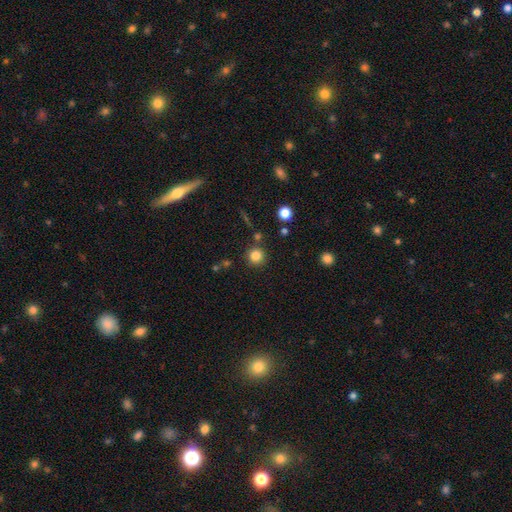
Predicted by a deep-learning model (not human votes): Morphology: type=smooth (83%); roundness=round (94%); merging=none (84%).